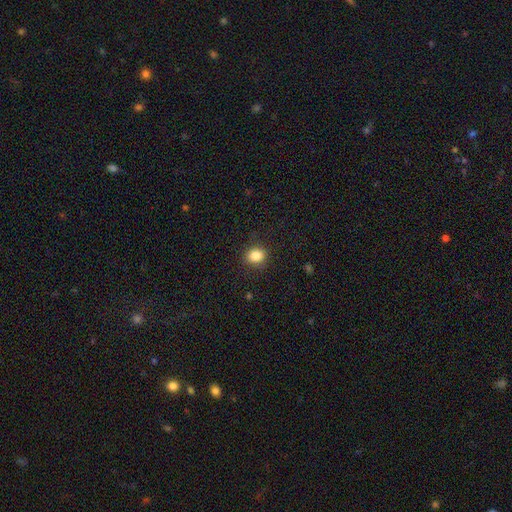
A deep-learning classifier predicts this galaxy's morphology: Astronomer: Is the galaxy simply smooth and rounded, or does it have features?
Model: smooth — 85%.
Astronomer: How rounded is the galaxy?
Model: round — 64%.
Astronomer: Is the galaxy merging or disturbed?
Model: none — 87%.